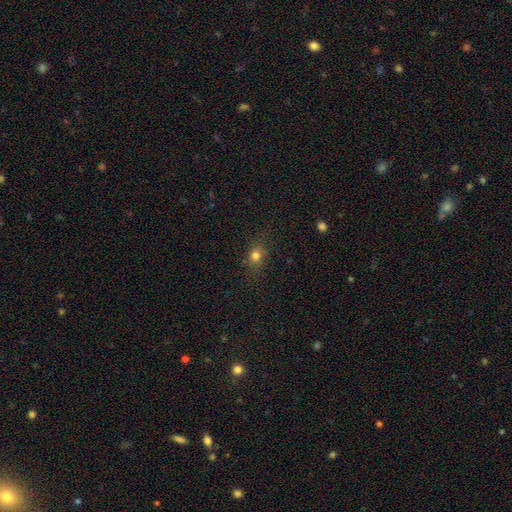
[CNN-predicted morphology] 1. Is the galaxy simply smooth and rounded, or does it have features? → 76% smooth, 15% star or artifact, 8% featured or disk.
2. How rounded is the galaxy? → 56% round, 41% in between, 3% cigar-shaped.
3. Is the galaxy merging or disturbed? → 81% none, 13% minor disturbance, 4% major disturbance, 1% merger.